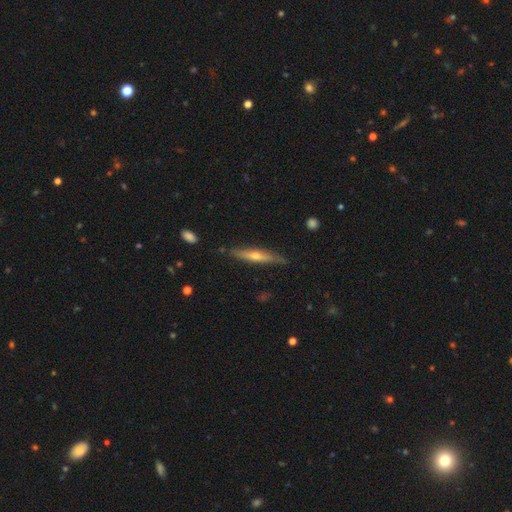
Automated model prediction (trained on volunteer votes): A featured or disk galaxy (59%) viewed edge-on (92%) with a rounded central bulge (84%).

Vote fractions:
- Smooth or featured? featured or disk: 59% / smooth: 34% / star or artifact: 6%
- Edge-on disk? yes: 92% / no: 8%
- Edge-on bulge? rounded: 84% / none: 13% / boxy: 3%
- Merging? none: 81% / minor disturbance: 14% / major disturbance: 2% / merger: 2%